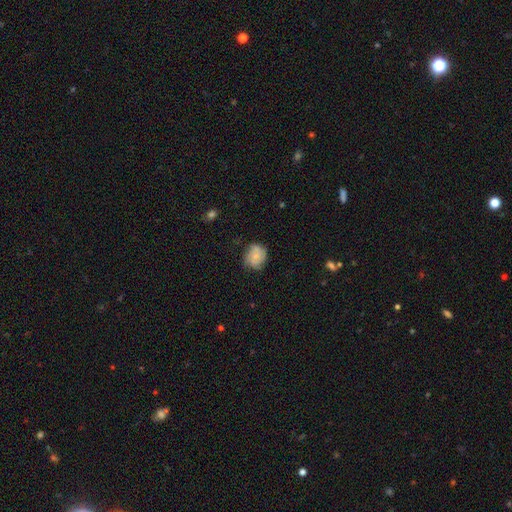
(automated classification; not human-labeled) Overall: smooth (52%; featured or disk 39%). How rounded: round (62%; in between 37%). Merging: none (66%).